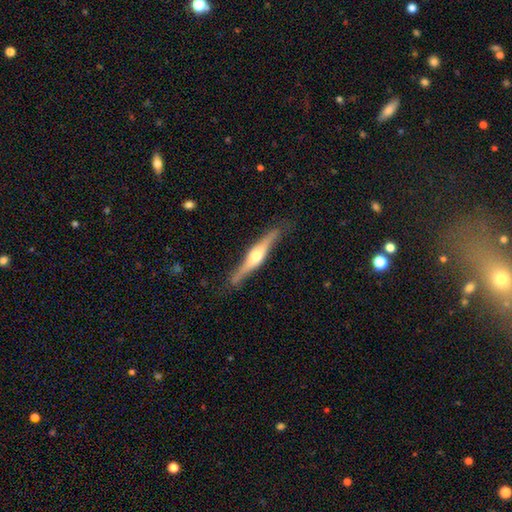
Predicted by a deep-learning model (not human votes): Smooth or featured? Predicted: featured or disk (p=0.75). Edge-on disk? Predicted: yes (p=0.96). Edge-on bulge? Predicted: rounded (p=0.89). Merging? Predicted: none (p=0.83).